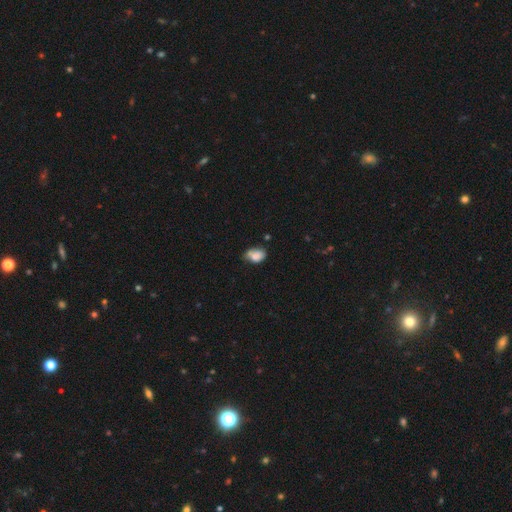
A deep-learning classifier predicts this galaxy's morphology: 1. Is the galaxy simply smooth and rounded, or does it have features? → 80% smooth, 11% featured or disk, 9% star or artifact.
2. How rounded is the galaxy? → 79% in between, 20% round, 1% cigar-shaped.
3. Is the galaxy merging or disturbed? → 45% none, 37% minor disturbance, 10% merger, 9% major disturbance.